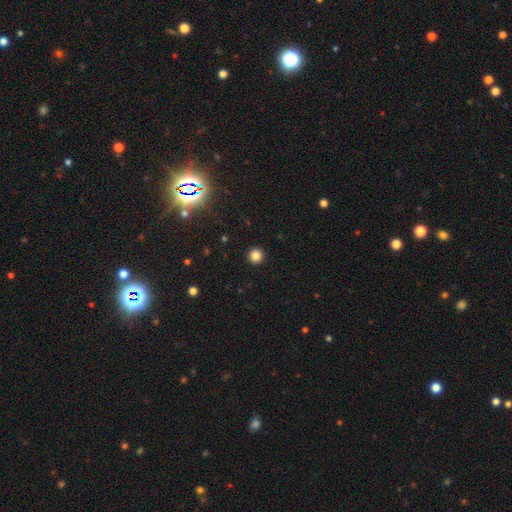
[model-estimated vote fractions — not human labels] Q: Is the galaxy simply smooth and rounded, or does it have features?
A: smooth — 83%.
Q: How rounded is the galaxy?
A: round — 96%.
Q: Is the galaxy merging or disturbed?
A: none — 93%.